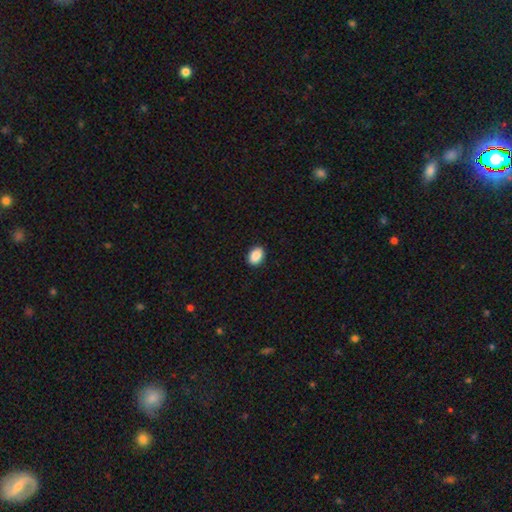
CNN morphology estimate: Smooth or featured?
  - smooth: 90% *
  - star or artifact: 7%
  - featured or disk: 3%
How rounded?
  - in between: 77% *
  - round: 22%
  - cigar-shaped: 1%
Merging?
  - none: 90% *
  - minor disturbance: 7%
  - major disturbance: 2%
  - merger: 1%